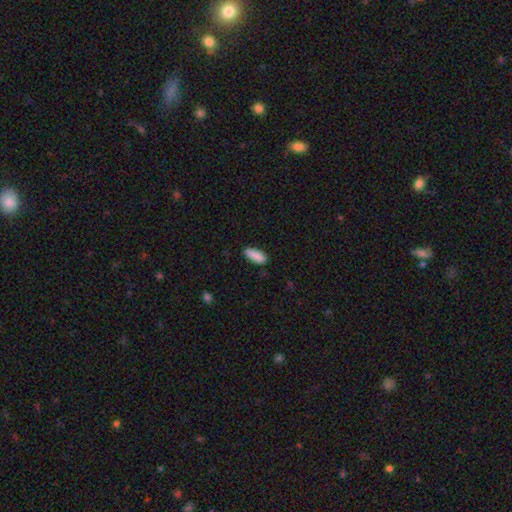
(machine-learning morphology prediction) Smooth or featured? smooth (89%)
How rounded? in between (73%)
Merging? none (80%)